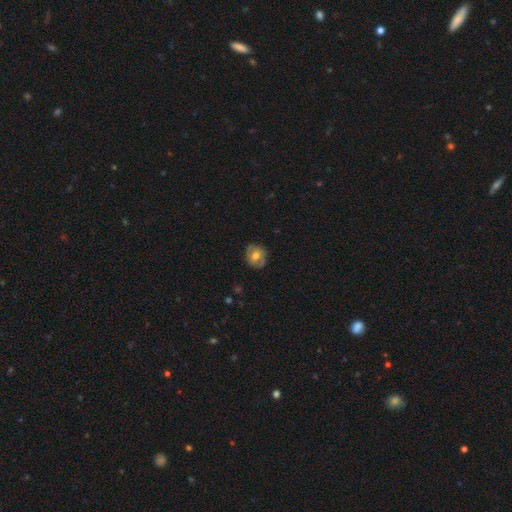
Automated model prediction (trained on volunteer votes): smooth-or-featured: smooth: 55% | featured or disk: 38% | star or artifact: 8%
  how-rounded: round: 68% | in between: 31% | cigar-shaped: 1%
  merging: none: 80% | minor disturbance: 15% | major disturbance: 4% | merger: 1%